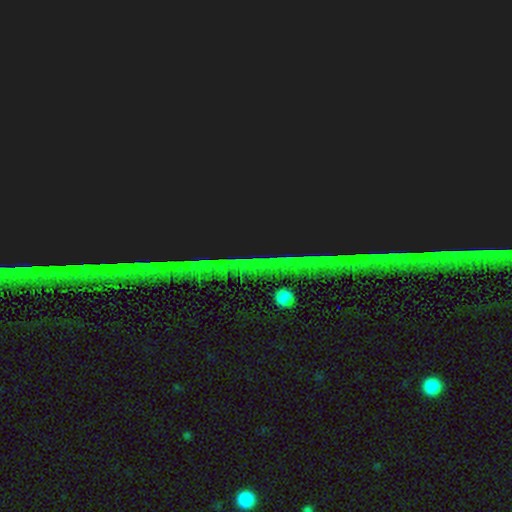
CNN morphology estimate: smooth-or-featured: star or artifact: 82% | smooth: 9% | featured or disk: 8%